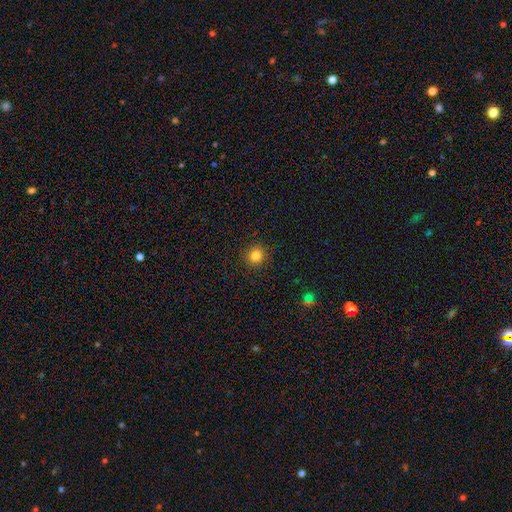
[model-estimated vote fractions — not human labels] This is clearly a smooth galaxy (81%). How rounded: clearly round (90%). Merging: clearly none (92%).